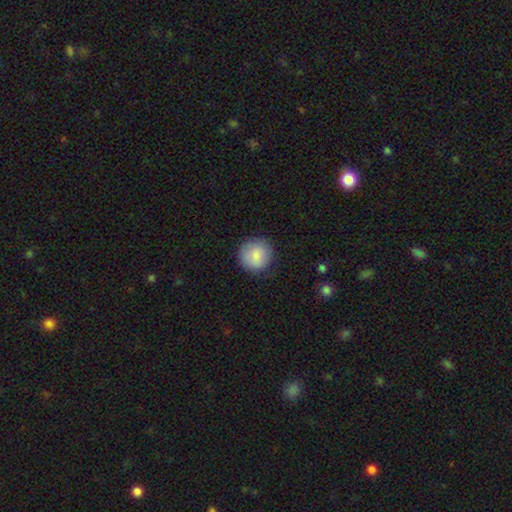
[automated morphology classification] Overall: smooth (84%). How rounded: round (93%). Merging: none (85%).